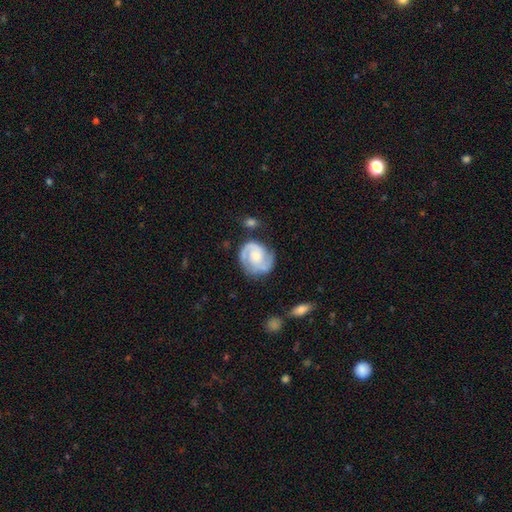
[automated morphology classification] Overall: featured or disk (82%). Edge-on disk: no (98%). Bar: no (58%; weak 35%). Spiral arms: yes (96%). Spiral arm count: 2 (86%). Spiral winding: medium (47%; tight 40%). Bulge size: moderate (43%; small 37%). Merging: none (72%).